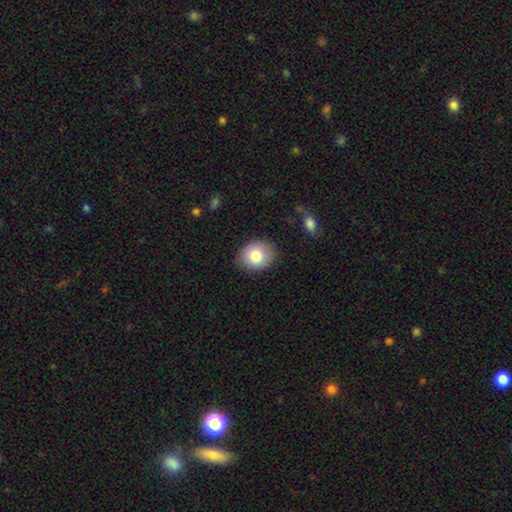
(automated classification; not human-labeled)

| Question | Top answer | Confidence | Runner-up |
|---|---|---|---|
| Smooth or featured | smooth | 79% | featured or disk (12%) |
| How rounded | round | 61% | in between (38%) |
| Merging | none | 85% | minor disturbance (11%) |